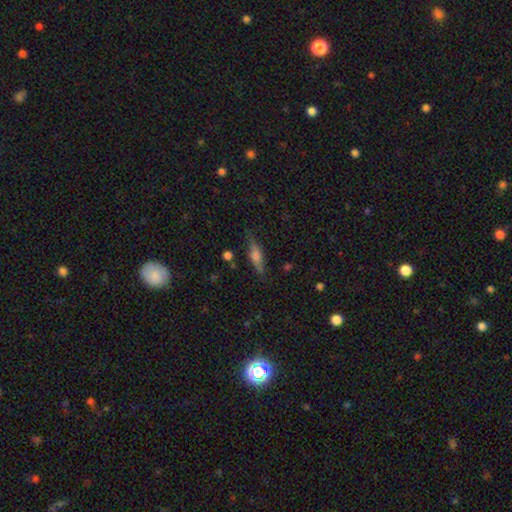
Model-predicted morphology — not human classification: Smooth or featured? featured or disk (47%)
Merging? none (78%)